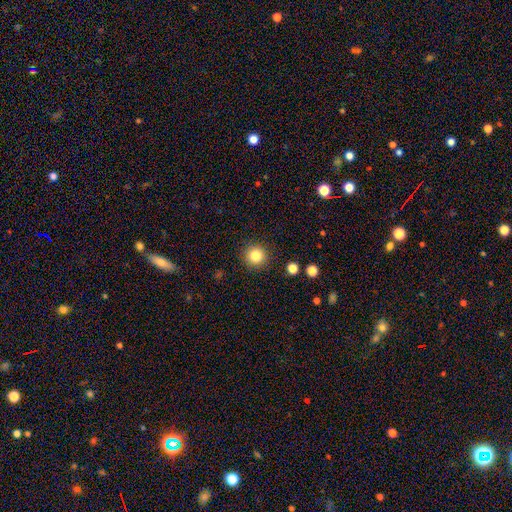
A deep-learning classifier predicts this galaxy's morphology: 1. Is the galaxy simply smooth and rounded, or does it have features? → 83% smooth, 11% star or artifact, 6% featured or disk.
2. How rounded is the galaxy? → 95% round, 4% in between, 1% cigar-shaped.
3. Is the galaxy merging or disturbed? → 90% none, 6% minor disturbance, 2% major disturbance, 1% merger.